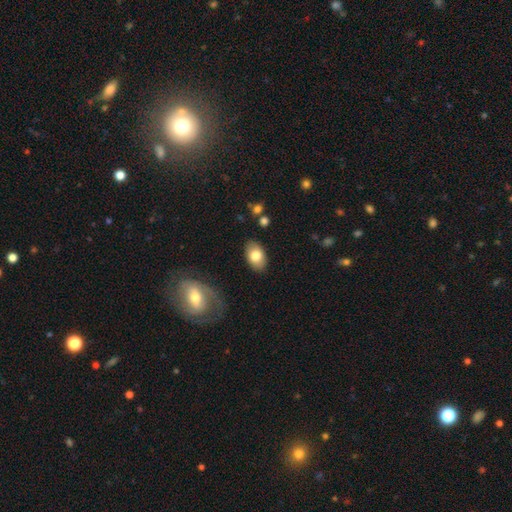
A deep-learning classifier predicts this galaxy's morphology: Q: Smooth or featured?
A: smooth (79%); runner-up: featured or disk (14%)
Q: How rounded?
A: in between (89%); runner-up: round (10%)
Q: Merging?
A: none (85%); runner-up: minor disturbance (10%)